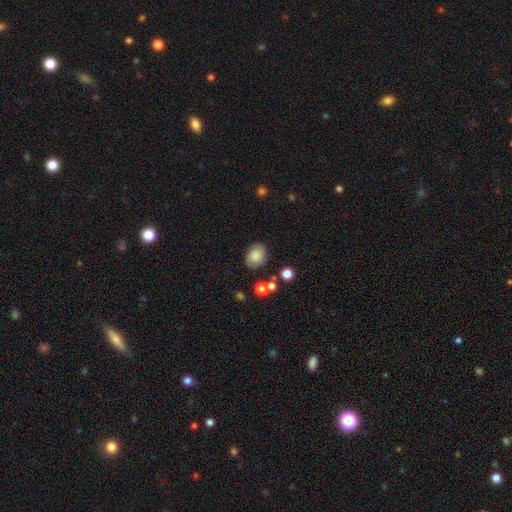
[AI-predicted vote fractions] A smooth galaxy with no disk features (84%) that is in between round and cigar-shaped (62%). Merging: none (81%).